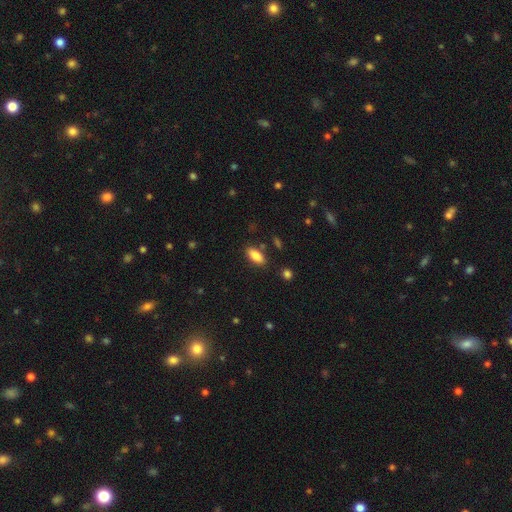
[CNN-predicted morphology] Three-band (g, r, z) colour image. It shows a smooth galaxy with no disk features (85%) that is in between round and cigar-shaped (86%). Merging: none (84%).